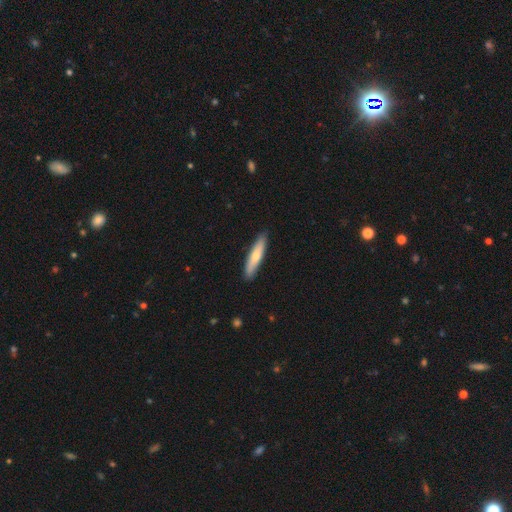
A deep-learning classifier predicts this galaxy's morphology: Smooth or featured?
  - smooth: 66% *
  - featured or disk: 29%
  - star or artifact: 5%
How rounded?
  - cigar-shaped: 85% *
  - in between: 14%
  - round: 1%
Merging?
  - none: 88% *
  - minor disturbance: 9%
  - major disturbance: 2%
  - merger: 1%